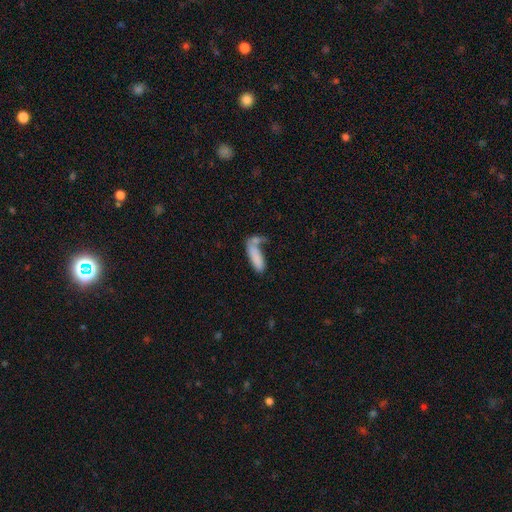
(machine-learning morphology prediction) smooth_or_featured: smooth (p=0.80) [alt: featured or disk p=0.12]
how_rounded: in between (p=0.50) [alt: cigar-shaped p=0.48]
merging: merger (p=0.41) [alt: none p=0.35]